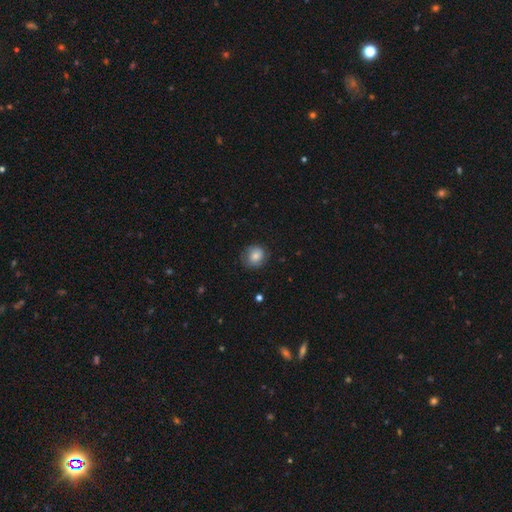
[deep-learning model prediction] The model was most divided on "smooth or featured": smooth: 73%, featured or disk: 18%, star or artifact: 8%. More confident: how rounded — round (81%); merging — none (75%).